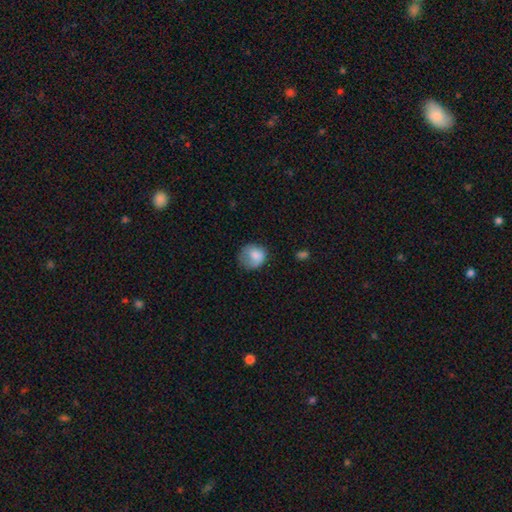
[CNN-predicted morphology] Smooth or featured? smooth (79%)
How rounded? round (73%)
Merging? none (48%)